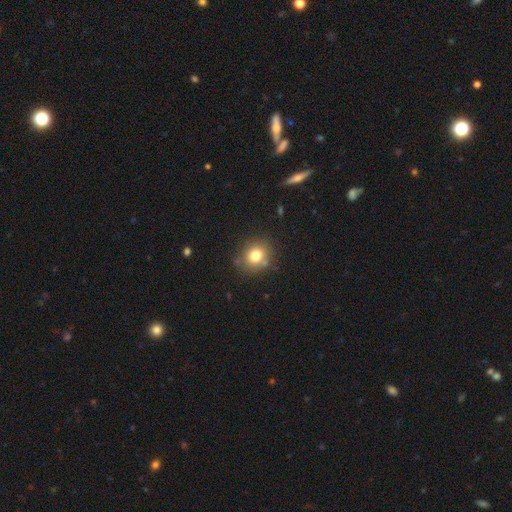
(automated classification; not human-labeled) Smooth or featured?
  - smooth: 78% *
  - star or artifact: 12%
  - featured or disk: 10%
How rounded?
  - round: 72% *
  - in between: 27%
  - cigar-shaped: 1%
Merging?
  - none: 80% *
  - minor disturbance: 12%
  - merger: 4%
  - major disturbance: 4%